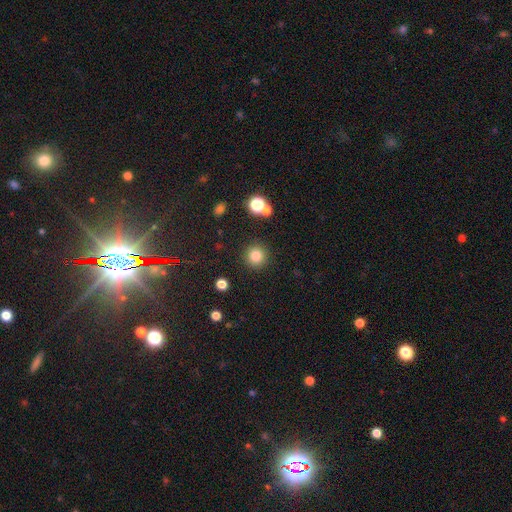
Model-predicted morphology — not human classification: Smooth or featured? smooth (82%)
How rounded? round (94%)
Merging? none (88%)